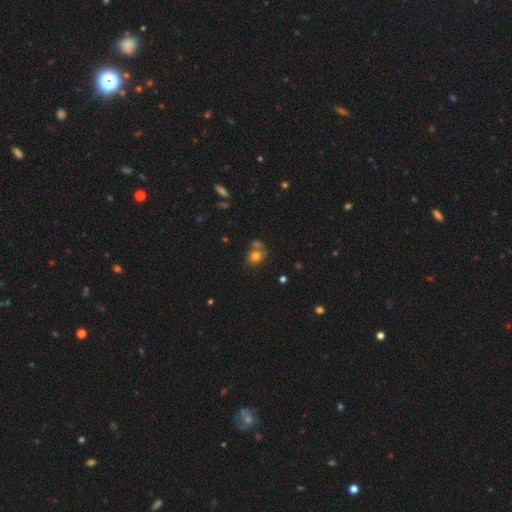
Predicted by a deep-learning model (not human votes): Overall: smooth (76%). How rounded: round (61%; in between 38%). Merging: none (51%; merger 27%).